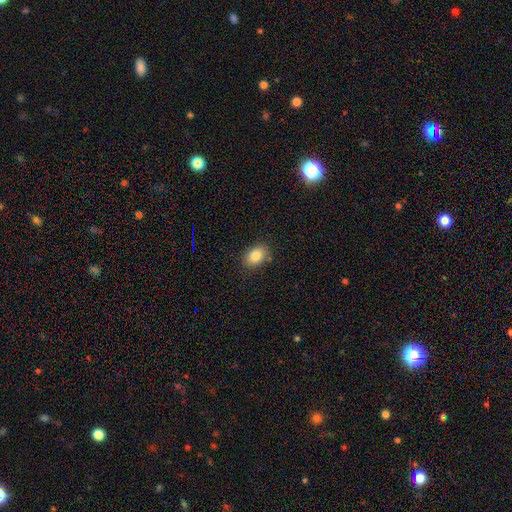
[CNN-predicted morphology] The model was most divided on "how rounded": in between: 77%, round: 22%, cigar-shaped: 1%. More confident: merging — none (83%); smooth or featured — smooth (82%).